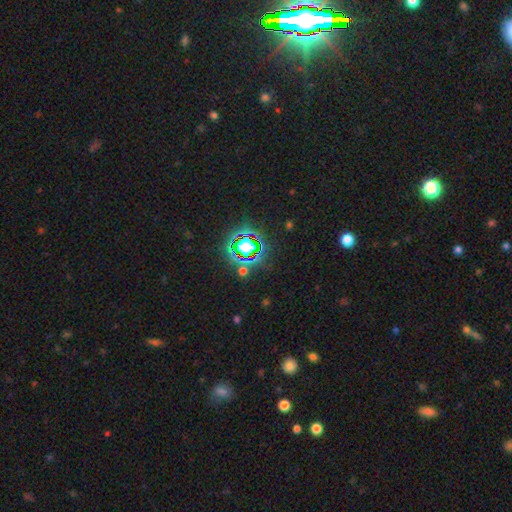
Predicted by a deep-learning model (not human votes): Smooth or featured: star or artifact — 82% (smooth — 11%)